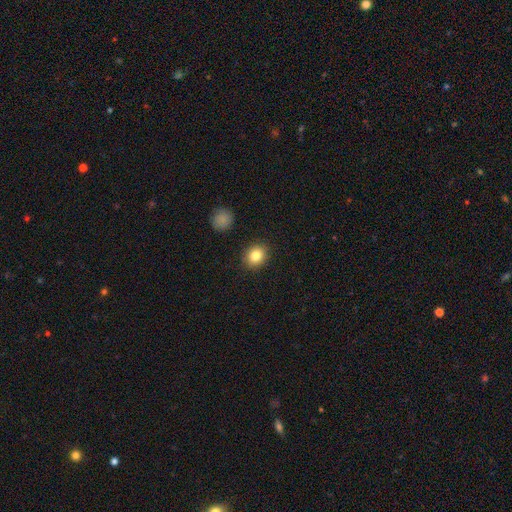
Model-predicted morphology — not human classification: smooth 83%, star or artifact 10%, featured or disk 7%. Down the decision tree: how rounded — round (61%); merging — none (89%).